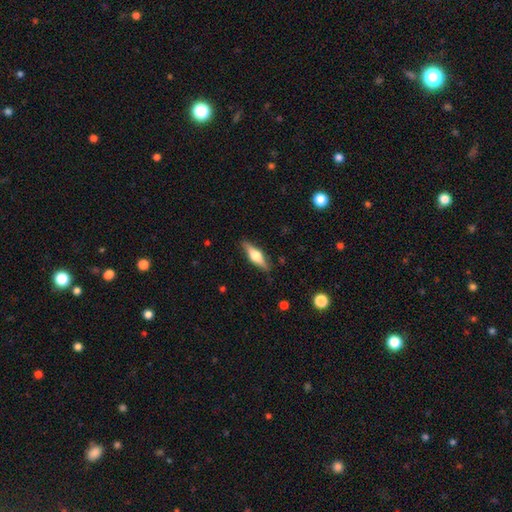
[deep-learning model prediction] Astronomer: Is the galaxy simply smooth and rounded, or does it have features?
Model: featured or disk — 58% (runner-up: smooth, 36%).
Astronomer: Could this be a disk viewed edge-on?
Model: yes — 95%.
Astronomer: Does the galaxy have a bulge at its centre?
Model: rounded — 93%.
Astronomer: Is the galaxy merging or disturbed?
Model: none — 88%.